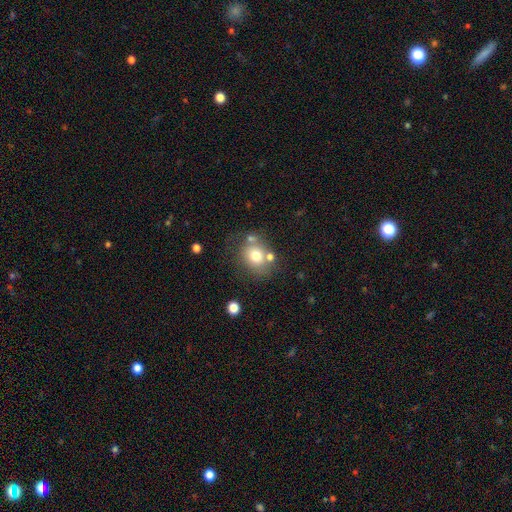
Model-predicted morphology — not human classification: A smooth galaxy with no disk features (73%) that is round (68%).

Vote fractions:
- Smooth or featured? smooth: 73% / featured or disk: 16% / star or artifact: 12%
- How rounded? round: 68% / in between: 31% / cigar-shaped: 1%
- Merging? none: 62% / merger: 16% / minor disturbance: 15% / major disturbance: 7%